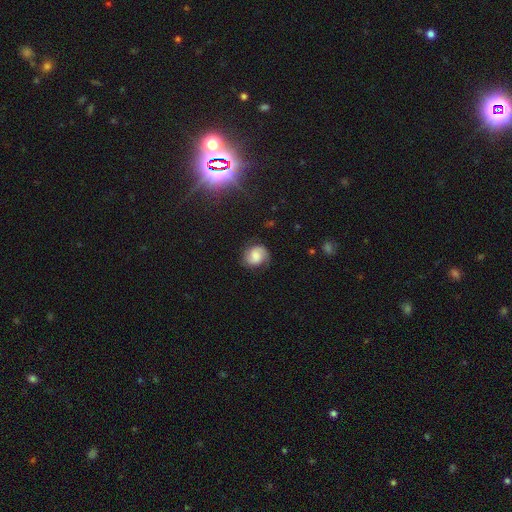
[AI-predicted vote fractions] smooth 49%, featured or disk 40%, star or artifact 11%. Down the decision tree: merging — none (70%).